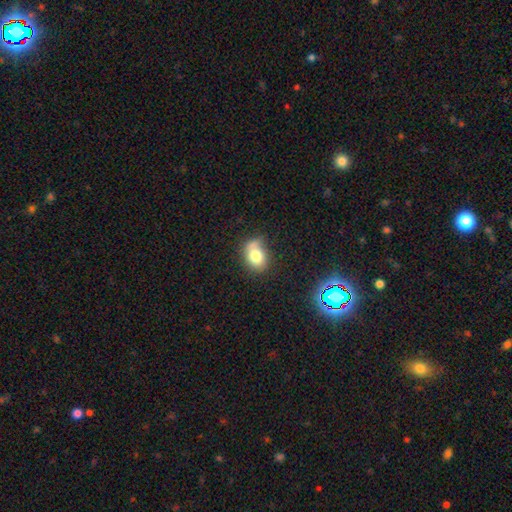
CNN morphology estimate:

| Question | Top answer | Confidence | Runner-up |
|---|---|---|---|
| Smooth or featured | smooth | 76% | featured or disk (13%) |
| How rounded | in between | 57% | round (42%) |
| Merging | none | 49% | minor disturbance (27%) |